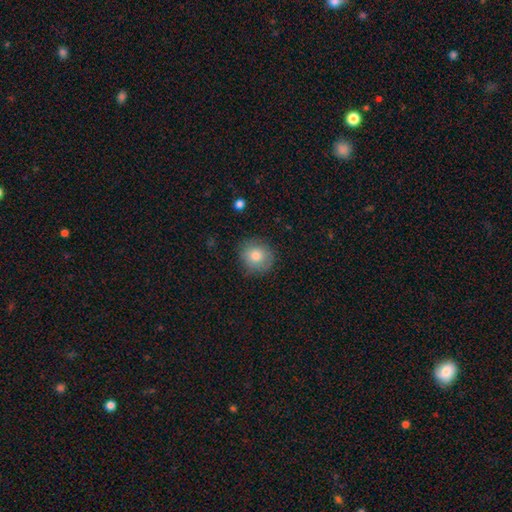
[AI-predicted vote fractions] smooth 80%, featured or disk 11%, star or artifact 9%. Down the decision tree: how rounded — round (89%); merging — none (83%).